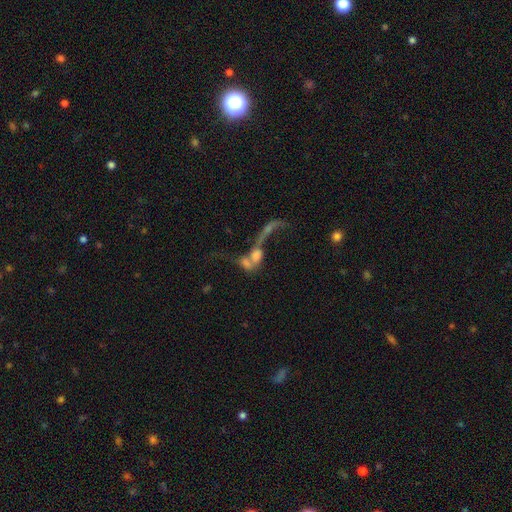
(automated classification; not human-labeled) Smooth or featured? Predicted: featured or disk (p=0.49). Merging? Predicted: merger (p=0.70).